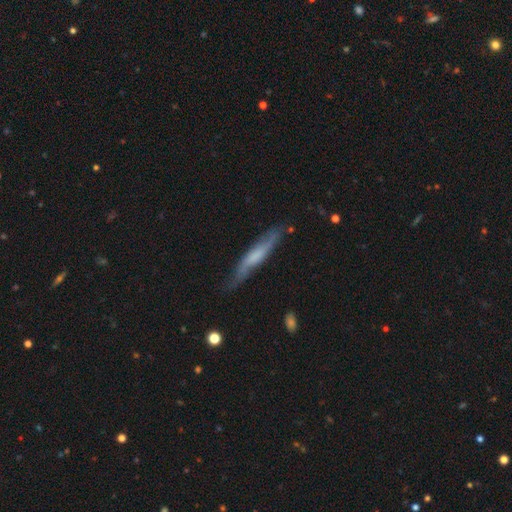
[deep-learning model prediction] Smooth or featured? featured or disk (51%)
Edge-on disk? yes (78%)
Merging? none (72%)